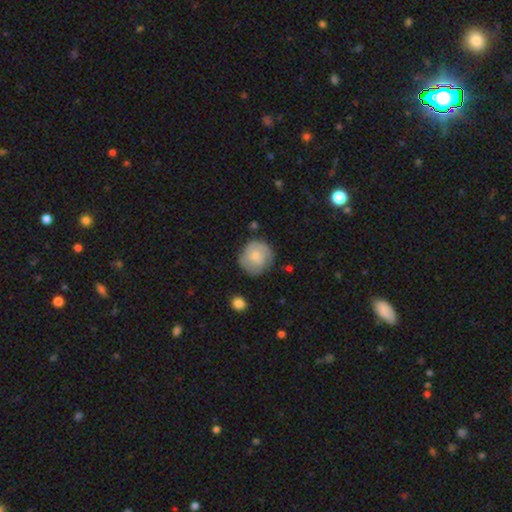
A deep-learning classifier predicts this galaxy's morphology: Smooth or featured?
  - smooth: 55% *
  - featured or disk: 38%
  - star or artifact: 6%
How rounded?
  - round: 90% *
  - in between: 9%
  - cigar-shaped: 1%
Merging?
  - none: 72% *
  - minor disturbance: 20%
  - major disturbance: 6%
  - merger: 2%